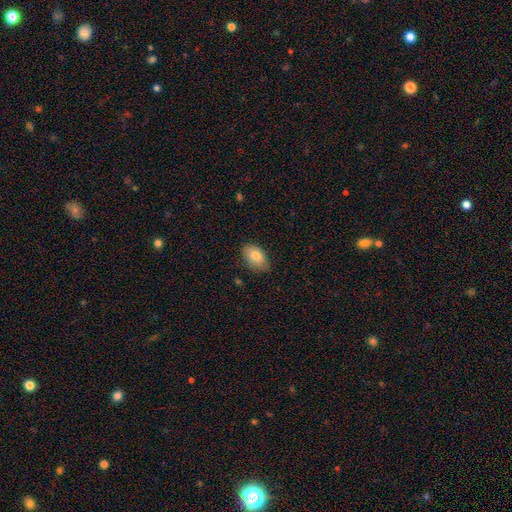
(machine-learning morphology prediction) smooth_or_featured: smooth (p=0.81) [alt: featured or disk p=0.12]
how_rounded: in between (p=0.89) [alt: round p=0.09]
merging: none (p=0.79) [alt: minor disturbance p=0.17]